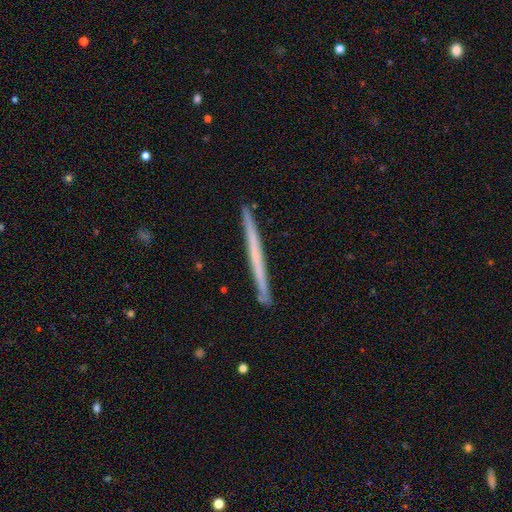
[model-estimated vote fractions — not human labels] Smooth or featured: featured or disk — 49% (smooth — 45%)
Merging: none — 92% (minor disturbance — 6%)